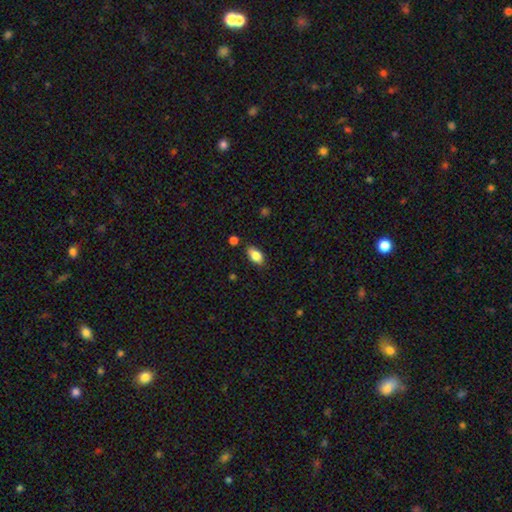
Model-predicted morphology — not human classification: Q: Smooth or featured?
A: smooth (83%); runner-up: featured or disk (9%)
Q: How rounded?
A: in between (89%); runner-up: round (6%)
Q: Merging?
A: none (79%); runner-up: minor disturbance (15%)